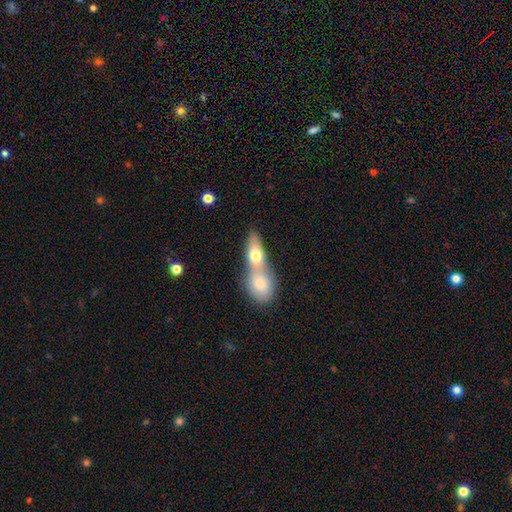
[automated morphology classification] Smooth or featured?
  - smooth: 71% *
  - featured or disk: 23%
  - star or artifact: 6%
How rounded?
  - in between: 64% *
  - cigar-shaped: 21%
  - round: 15%
Merging?
  - merger: 69% *
  - none: 22%
  - minor disturbance: 6%
  - major disturbance: 3%